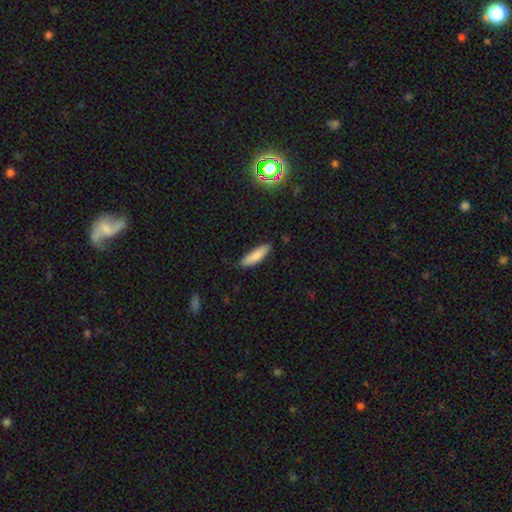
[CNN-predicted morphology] Smooth or featured?
  - smooth: 85% *
  - featured or disk: 9%
  - star or artifact: 6%
How rounded?
  - cigar-shaped: 55% *
  - in between: 43%
  - round: 2%
Merging?
  - none: 78% *
  - minor disturbance: 18%
  - major disturbance: 3%
  - merger: 1%